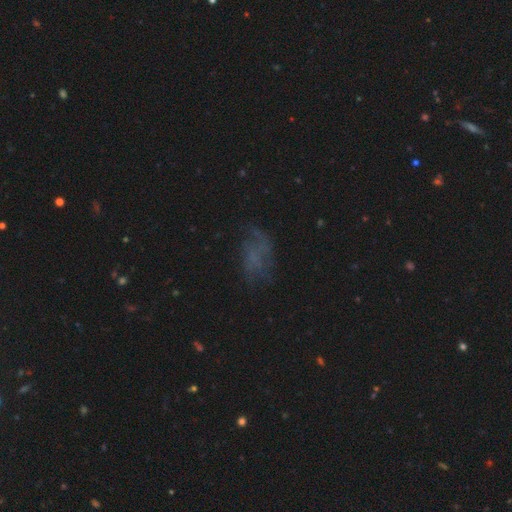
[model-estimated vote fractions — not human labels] This is marginally a featured or disk galaxy (38%). Merging: possibly none (48%).